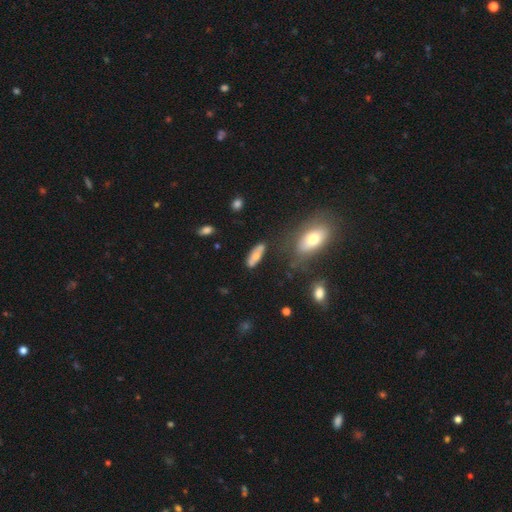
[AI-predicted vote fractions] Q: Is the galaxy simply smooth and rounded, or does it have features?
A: smooth — 65%.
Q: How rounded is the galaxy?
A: in between — 58%.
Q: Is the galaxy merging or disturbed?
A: none — 67%.